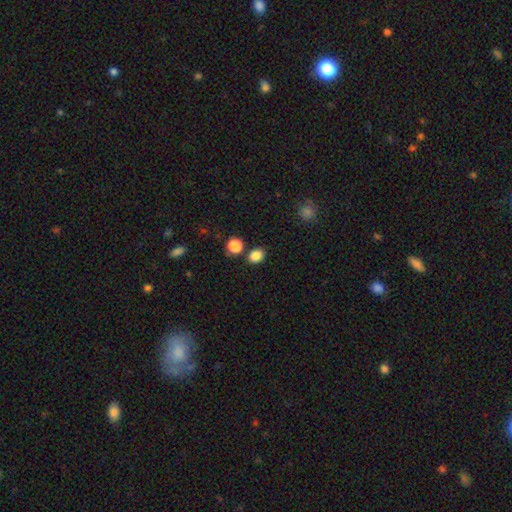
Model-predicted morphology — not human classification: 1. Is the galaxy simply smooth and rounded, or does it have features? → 85% smooth, 11% star or artifact, 4% featured or disk.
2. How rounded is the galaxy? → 50% in between, 49% round, 1% cigar-shaped.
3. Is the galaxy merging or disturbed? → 78% none, 10% minor disturbance, 9% merger, 3% major disturbance.